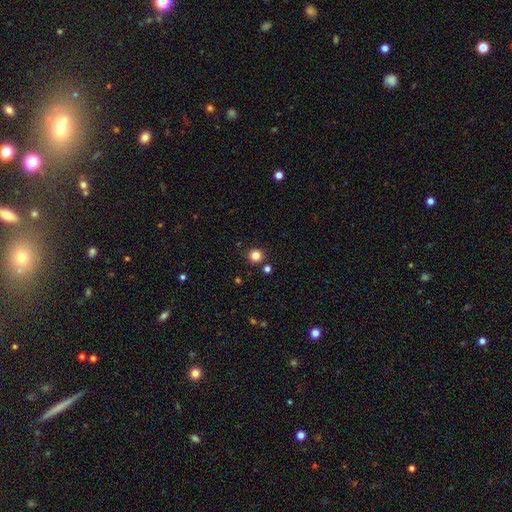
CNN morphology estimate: type=smooth (82%); roundness=round (94%); merging=none (88%).